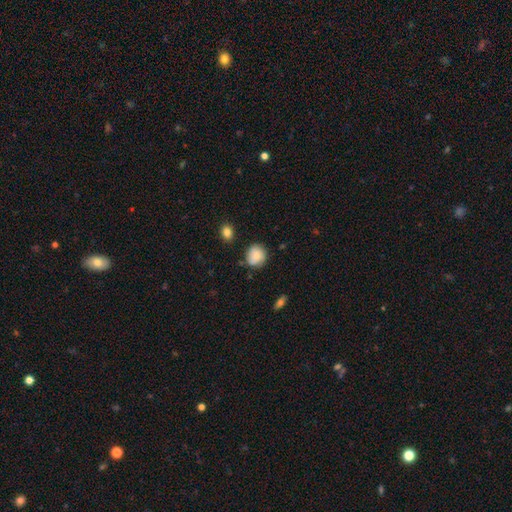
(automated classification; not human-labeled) Smooth or featured: smooth — 81% (featured or disk — 11%)
How rounded: round — 81% (in between — 18%)
Merging: none — 73% (minor disturbance — 20%)